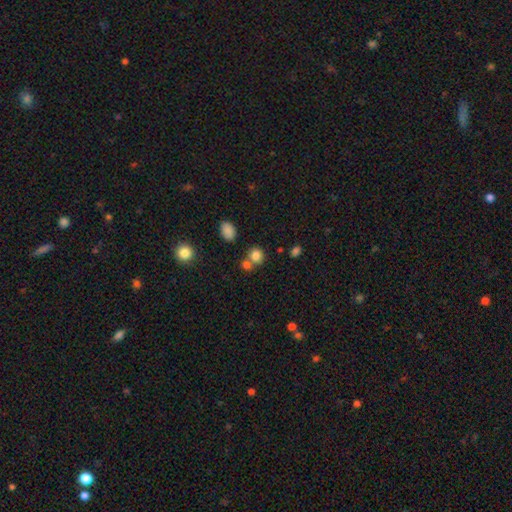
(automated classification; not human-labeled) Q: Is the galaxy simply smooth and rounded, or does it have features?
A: smooth — 81%.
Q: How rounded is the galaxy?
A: round — 83%.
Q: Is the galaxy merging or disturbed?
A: none — 57%.